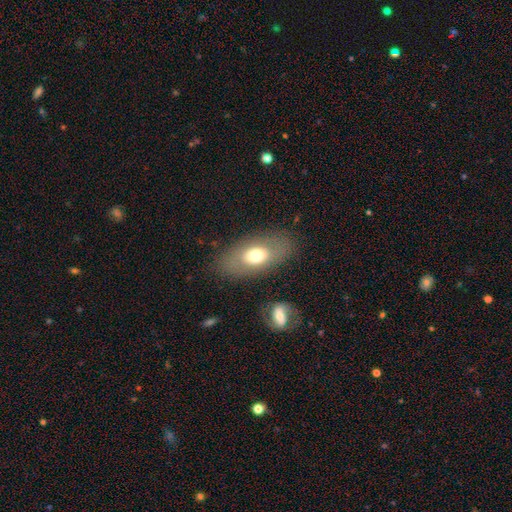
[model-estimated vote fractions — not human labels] Smooth or featured? Predicted: smooth (p=0.62). How rounded? Predicted: in between (p=0.90). Merging? Predicted: none (p=0.80).